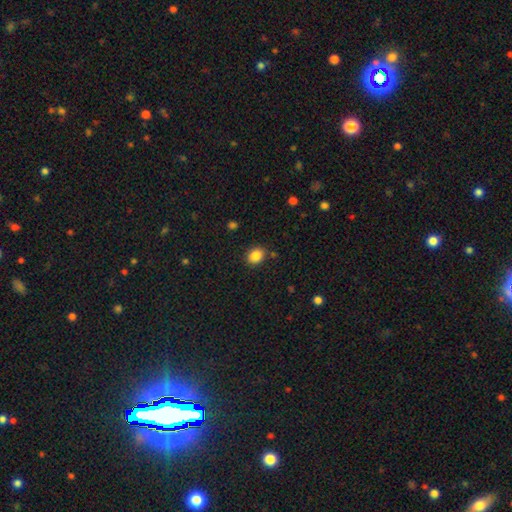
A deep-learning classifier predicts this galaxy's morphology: A smooth galaxy with no disk features (86%) that is round (50%).

Vote fractions:
- Smooth or featured? smooth: 86% / star or artifact: 10% / featured or disk: 5%
- How rounded? round: 50% / in between: 49% / cigar-shaped: 1%
- Merging? none: 86% / minor disturbance: 9% / major disturbance: 3% / merger: 2%